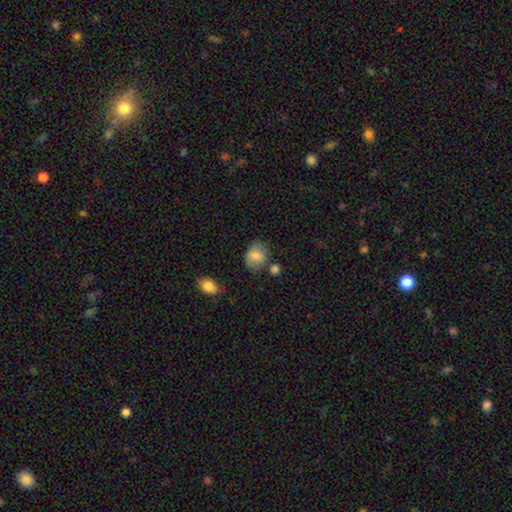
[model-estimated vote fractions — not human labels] Smooth or featured?
  - smooth: 78% *
  - featured or disk: 14%
  - star or artifact: 8%
How rounded?
  - in between: 52% *
  - round: 47%
  - cigar-shaped: 1%
Merging?
  - none: 63% *
  - minor disturbance: 24%
  - merger: 7%
  - major disturbance: 6%